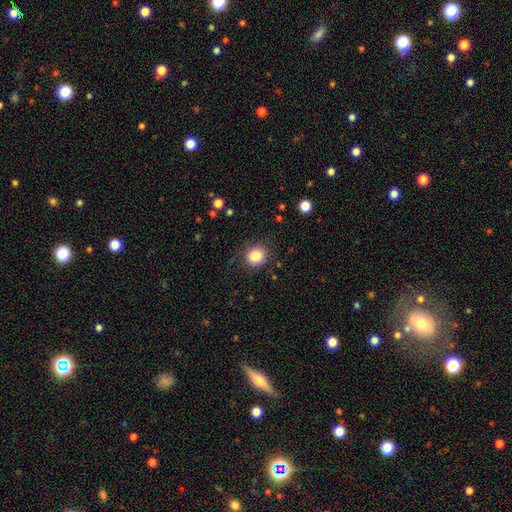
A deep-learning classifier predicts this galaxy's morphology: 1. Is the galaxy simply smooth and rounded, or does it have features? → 84% smooth, 10% star or artifact, 6% featured or disk.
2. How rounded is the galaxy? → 82% round, 17% in between, 1% cigar-shaped.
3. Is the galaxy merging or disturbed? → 86% none, 10% minor disturbance, 3% major disturbance, 1% merger.